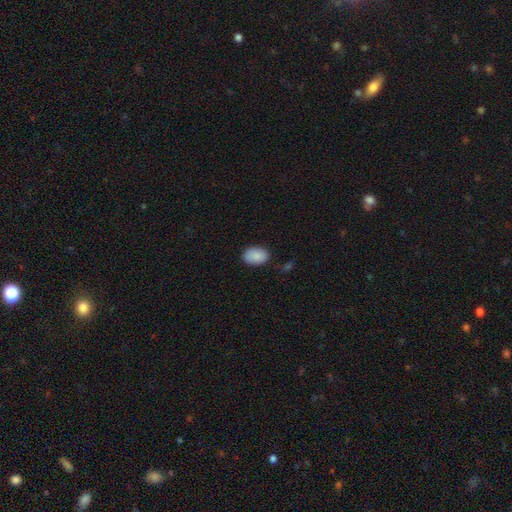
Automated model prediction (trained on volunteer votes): Smooth or featured?
  - smooth: 89% *
  - star or artifact: 7%
  - featured or disk: 4%
How rounded?
  - in between: 89% *
  - round: 10%
  - cigar-shaped: 1%
Merging?
  - none: 83% *
  - minor disturbance: 13%
  - major disturbance: 3%
  - merger: 2%